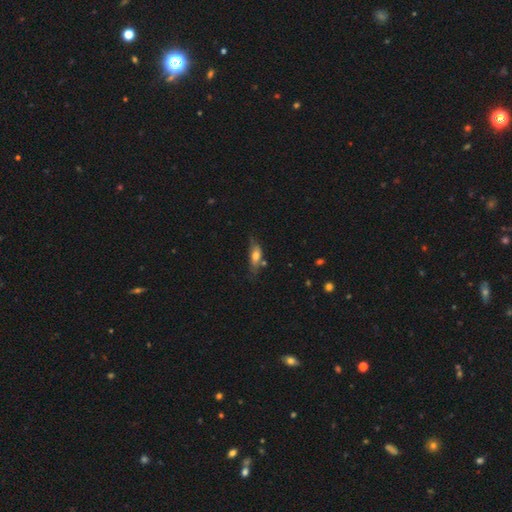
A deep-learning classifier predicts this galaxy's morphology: Smooth or featured? Predicted: smooth (p=0.65). How rounded? Predicted: in between (p=0.71). Merging? Predicted: none (p=0.52).